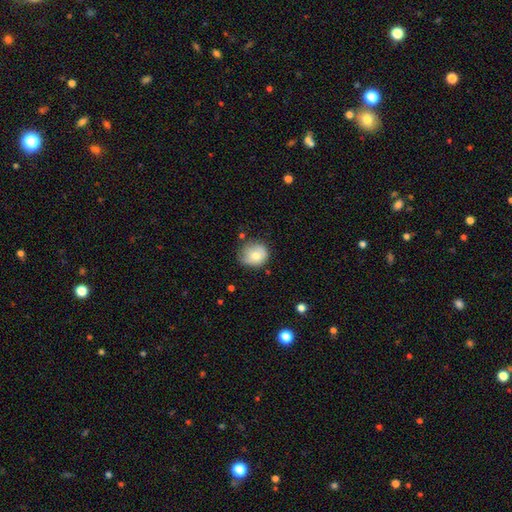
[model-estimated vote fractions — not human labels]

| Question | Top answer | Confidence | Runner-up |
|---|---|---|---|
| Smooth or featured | smooth | 69% | featured or disk (23%) |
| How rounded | round | 78% | in between (21%) |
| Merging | none | 56% | minor disturbance (32%) |